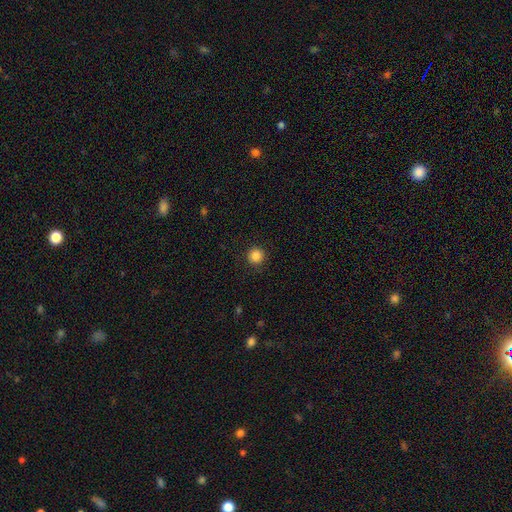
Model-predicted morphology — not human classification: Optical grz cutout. It shows a smooth galaxy with no disk features (86%) that is round (95%). Merging: none (91%).